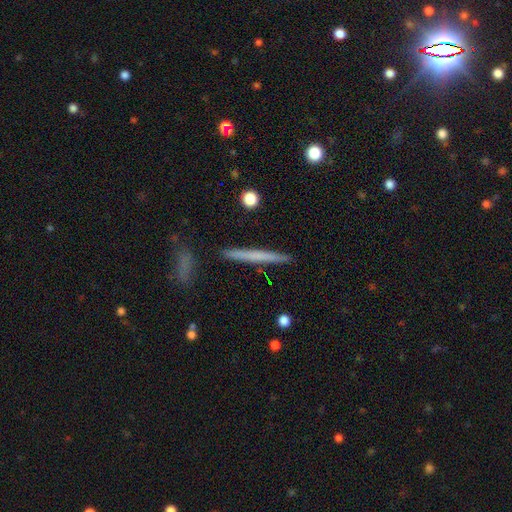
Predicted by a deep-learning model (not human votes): Overall: smooth (56%; featured or disk 37%). How rounded: cigar-shaped (96%). Merging: none (90%).